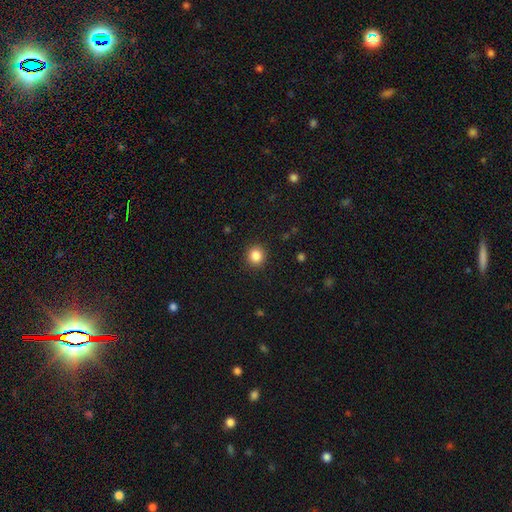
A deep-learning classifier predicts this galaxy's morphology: smooth-or-featured: smooth: 84% | star or artifact: 11% | featured or disk: 5%
  how-rounded: round: 91% | in between: 8% | cigar-shaped: 1%
  merging: none: 92% | minor disturbance: 5% | major disturbance: 2% | merger: 1%